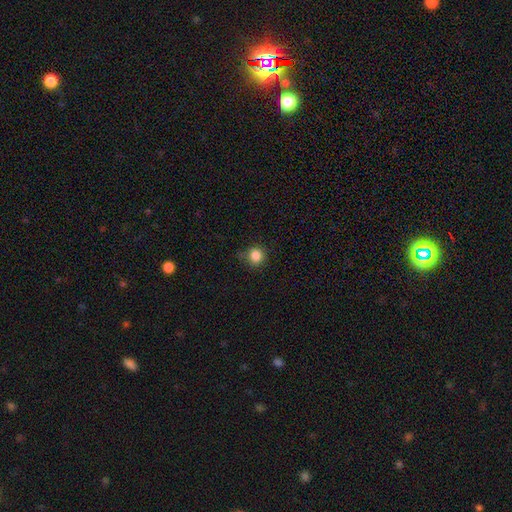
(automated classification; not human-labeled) Smooth or featured? Predicted: smooth (p=0.85). How rounded? Predicted: round (p=0.92). Merging? Predicted: none (p=0.77).